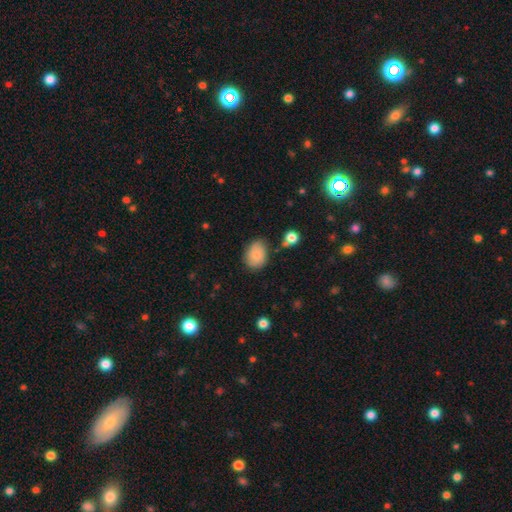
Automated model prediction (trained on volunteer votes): Overall: smooth (79%). How rounded: in between (64%; round 35%). Merging: none (73%).